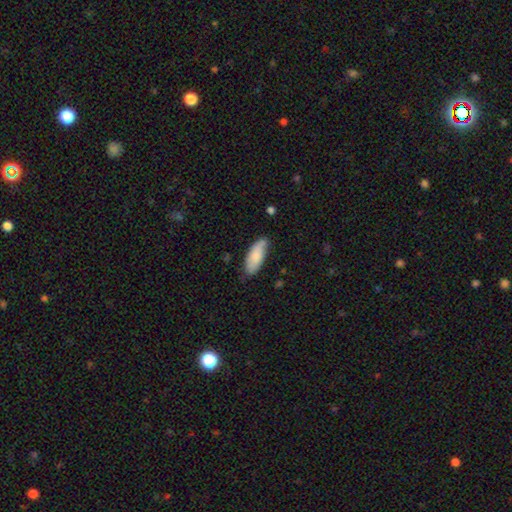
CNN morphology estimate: smooth-or-featured: smooth: 80% | featured or disk: 14% | star or artifact: 6%
  how-rounded: in between: 78% | cigar-shaped: 20% | round: 2%
  merging: none: 66% | minor disturbance: 27% | major disturbance: 4% | merger: 2%